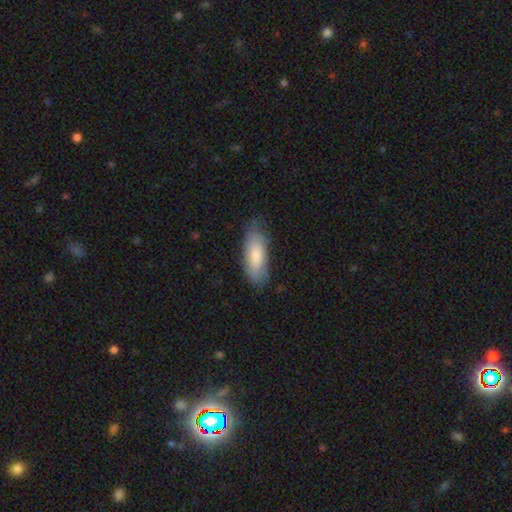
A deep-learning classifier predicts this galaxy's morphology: A smooth galaxy with no disk features (80%) that is in between round and cigar-shaped (74%). Merging: none (74%).